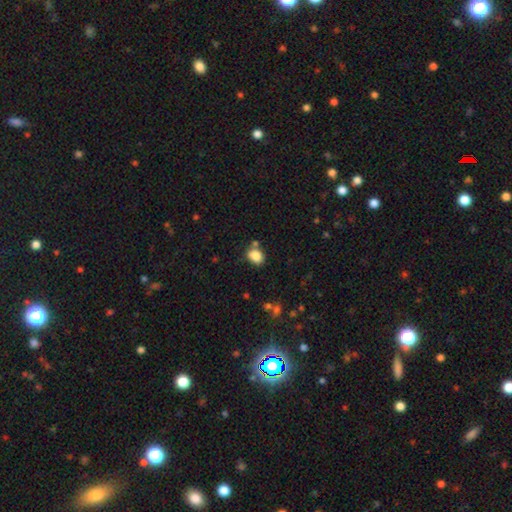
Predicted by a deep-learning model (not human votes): smooth_or_featured: smooth (p=0.84) [alt: star or artifact p=0.09]
how_rounded: in between (p=0.62) [alt: round p=0.37]
merging: none (p=0.64) [alt: minor disturbance p=0.17]